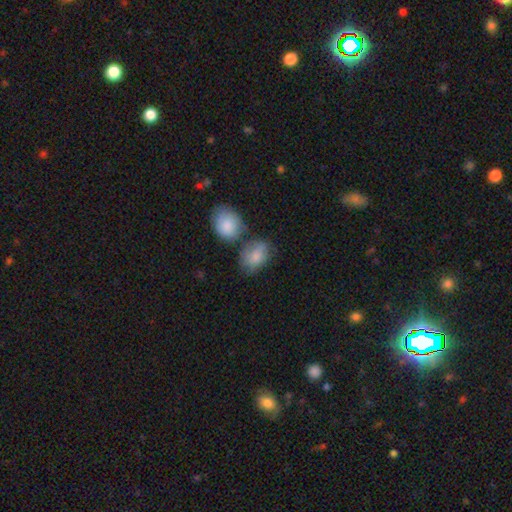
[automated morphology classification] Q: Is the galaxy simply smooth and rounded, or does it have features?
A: smooth — 81%.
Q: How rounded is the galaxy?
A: in between — 75%.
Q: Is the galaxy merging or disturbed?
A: none — 46%.